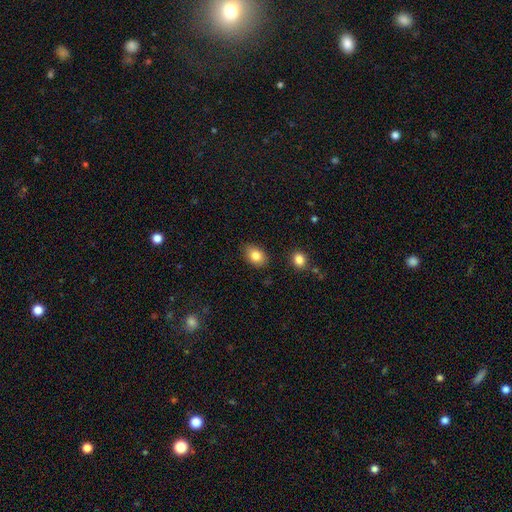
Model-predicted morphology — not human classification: Smooth or featured: smooth — 83% (featured or disk — 9%)
How rounded: in between — 77% (round — 22%)
Merging: none — 84% (minor disturbance — 11%)